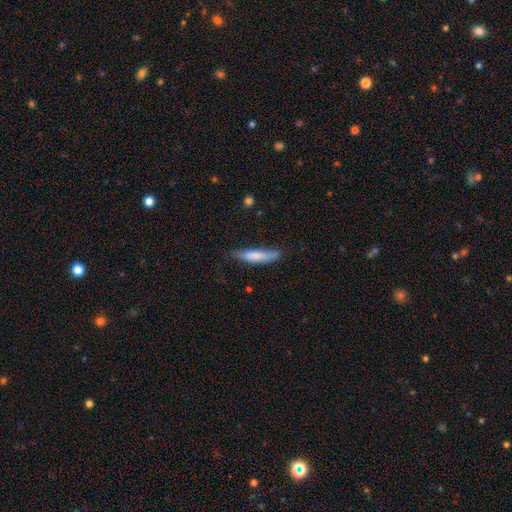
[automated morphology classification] Smooth or featured? smooth (75%)
How rounded? cigar-shaped (80%)
Merging? none (65%)